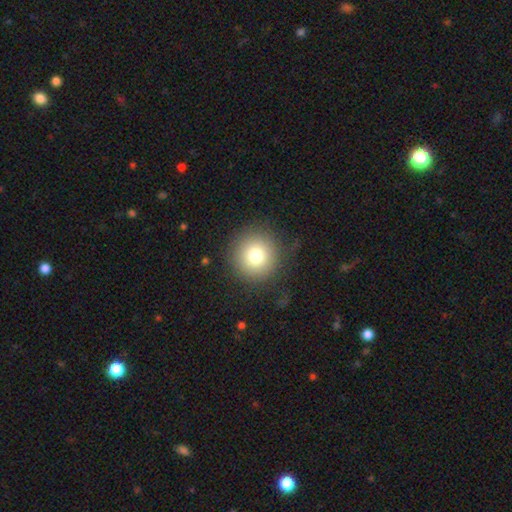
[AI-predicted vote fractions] smooth 78%, star or artifact 12%, featured or disk 10%. Down the decision tree: how rounded — round (94%); merging — none (86%).